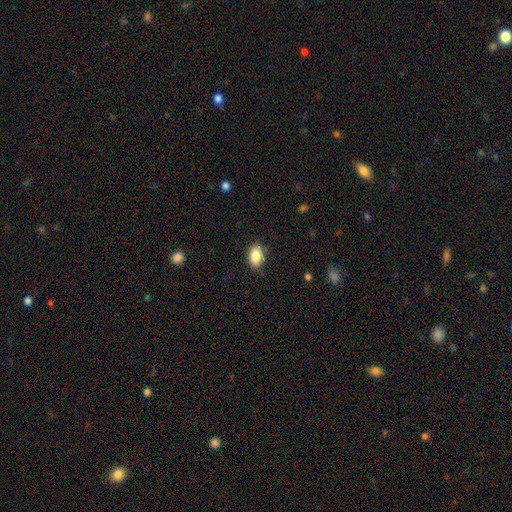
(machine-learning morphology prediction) Smooth or featured? Predicted: smooth (p=0.87). How rounded? Predicted: in between (p=0.91). Merging? Predicted: none (p=0.86).